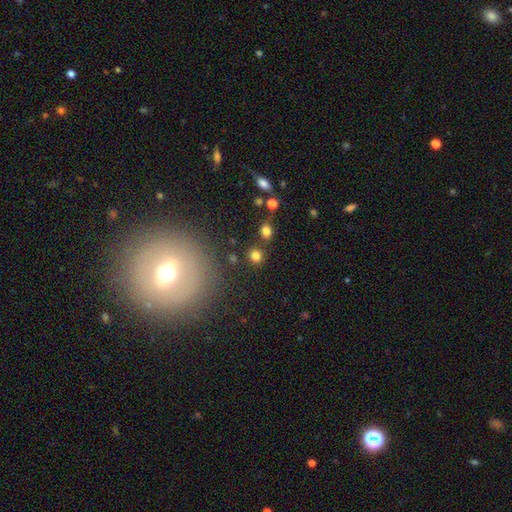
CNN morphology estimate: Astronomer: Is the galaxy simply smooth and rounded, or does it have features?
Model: smooth — 81%.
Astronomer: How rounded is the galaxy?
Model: round — 87%.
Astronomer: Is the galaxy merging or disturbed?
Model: none — 82%.